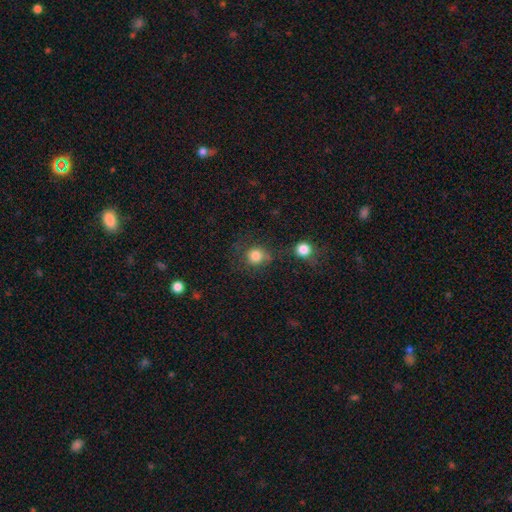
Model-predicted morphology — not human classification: A smooth galaxy with no disk features (81%) that is round (87%). Merging: none (64%).